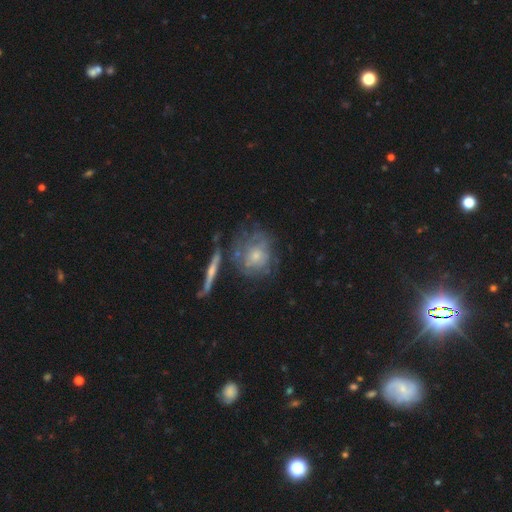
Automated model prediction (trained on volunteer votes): smooth_or_featured: featured or disk (p=0.61) [alt: smooth p=0.28]
disk_edge_on: no (p=0.87) [alt: yes p=0.13]
bar: no (p=0.80) [alt: weak p=0.16]
has_spiral_arms: yes (p=0.56) [alt: no p=0.44]
bulge_size: small (p=0.53) [alt: moderate p=0.37]
merging: none (p=0.56) [alt: minor disturbance p=0.19]